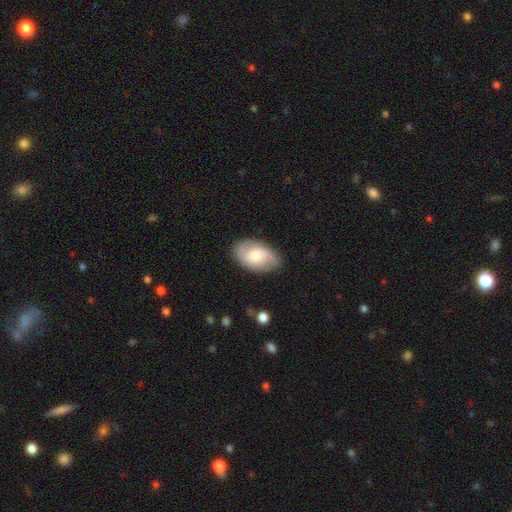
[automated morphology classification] Overall: smooth (52%; featured or disk 42%). How rounded: in between (91%). Merging: none (81%).